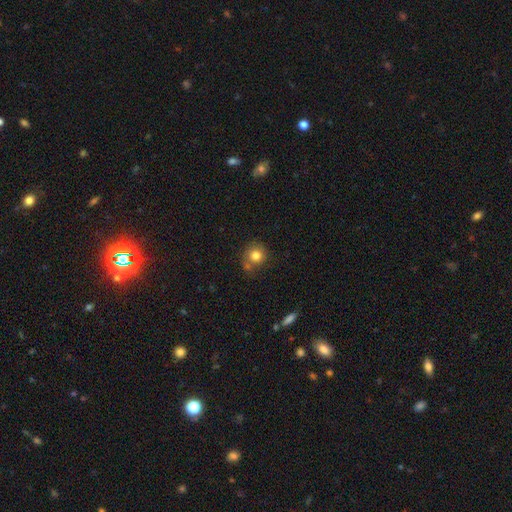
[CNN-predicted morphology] Smooth or featured?
  - smooth: 81% *
  - star or artifact: 10%
  - featured or disk: 9%
How rounded?
  - round: 88% *
  - in between: 11%
  - cigar-shaped: 1%
Merging?
  - none: 64% *
  - minor disturbance: 17%
  - merger: 14%
  - major disturbance: 5%